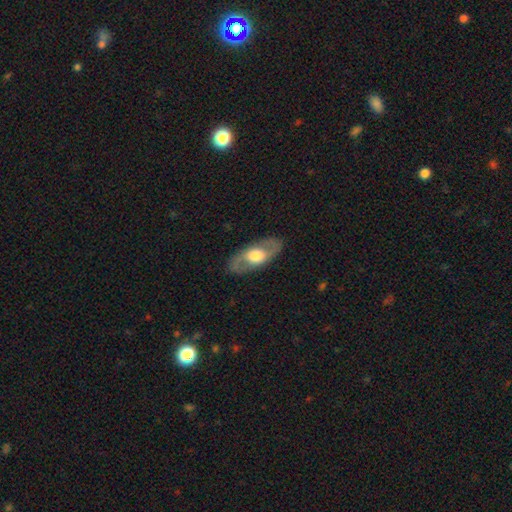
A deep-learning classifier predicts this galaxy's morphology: Q: Smooth or featured?
A: featured or disk (60%); runner-up: smooth (35%)
Q: Edge-on disk?
A: no (82%); runner-up: yes (18%)
Q: Merging?
A: none (84%); runner-up: minor disturbance (11%)